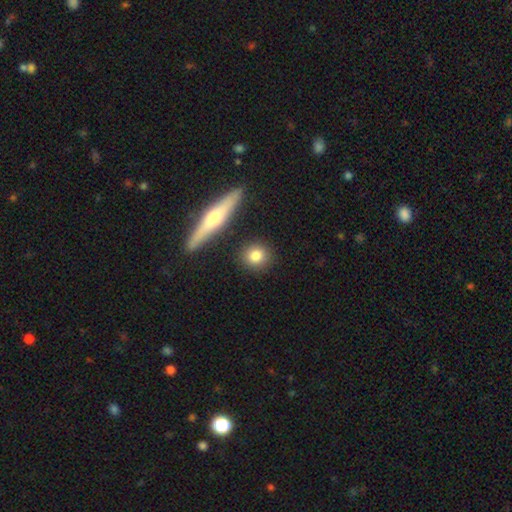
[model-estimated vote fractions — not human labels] The model was most divided on "how rounded": round: 82%, in between: 14%, cigar-shaped: 4%. More confident: merging — none (87%); smooth or featured — smooth (82%).